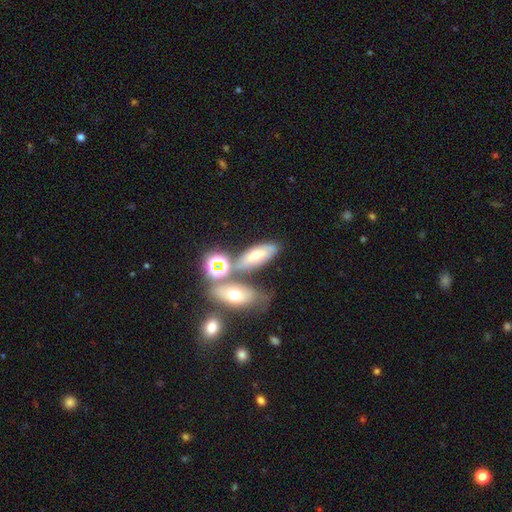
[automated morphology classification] Smooth or featured? Predicted: smooth (p=0.42). Merging? Predicted: none (p=0.47).